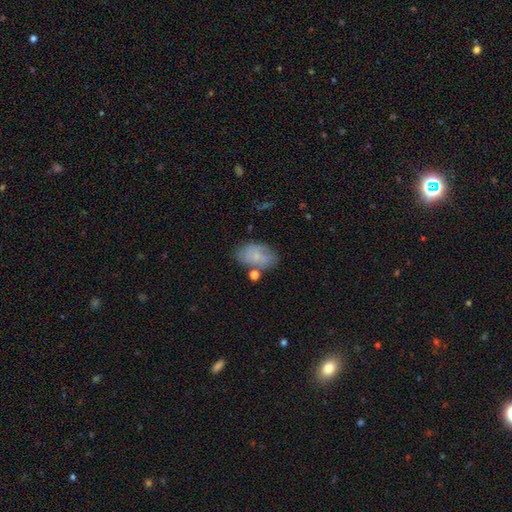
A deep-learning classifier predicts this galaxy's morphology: Smooth or featured? Predicted: smooth (p=0.58). How rounded? Predicted: in between (p=0.88). Merging? Predicted: none (p=0.59).